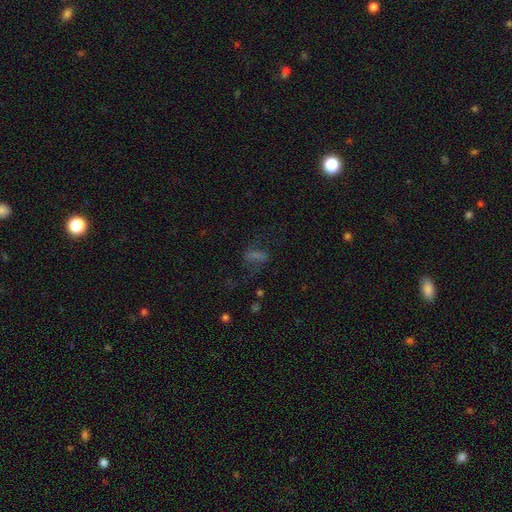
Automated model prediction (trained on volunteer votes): Morphology: type=smooth (37%); merging=none (56%).